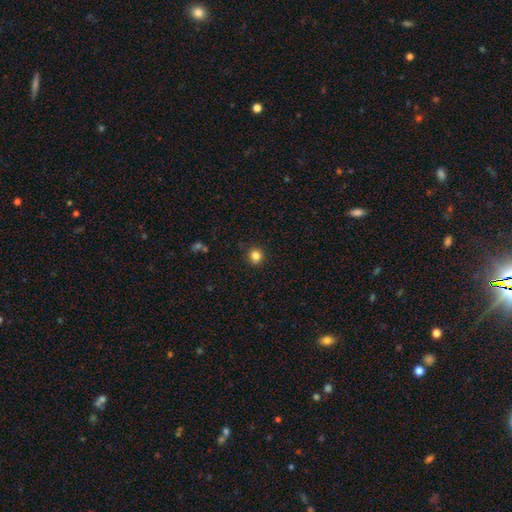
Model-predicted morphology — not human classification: Smooth or featured? smooth (83%)
How rounded? round (90%)
Merging? none (91%)